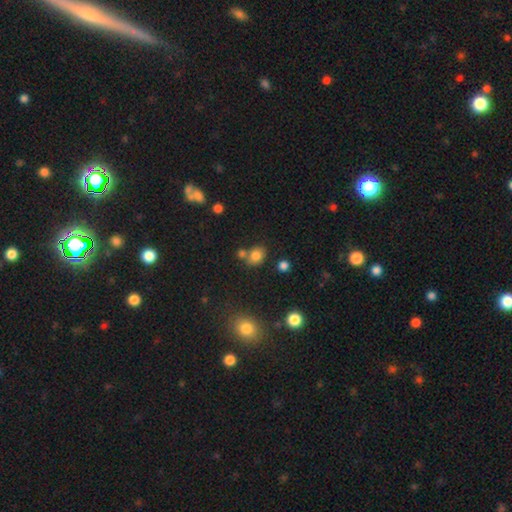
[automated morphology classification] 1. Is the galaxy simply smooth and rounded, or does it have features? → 79% smooth, 13% star or artifact, 8% featured or disk.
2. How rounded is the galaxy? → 59% round, 40% in between, 1% cigar-shaped.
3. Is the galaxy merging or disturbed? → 59% none, 24% merger, 12% minor disturbance, 4% major disturbance.